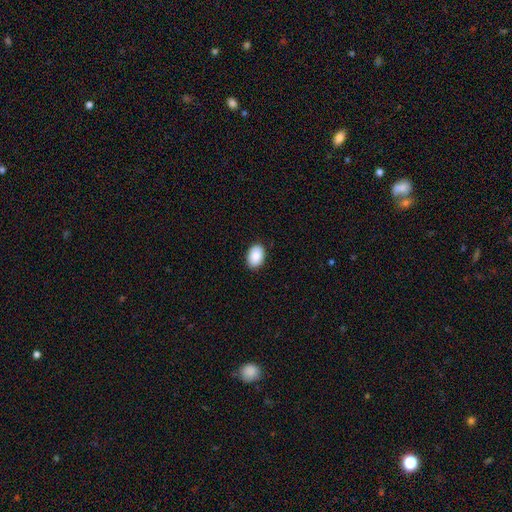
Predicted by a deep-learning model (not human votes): smooth-or-featured: smooth: 91% | star or artifact: 6% | featured or disk: 3%
  how-rounded: in between: 87% | round: 12% | cigar-shaped: 1%
  merging: none: 89% | minor disturbance: 8% | major disturbance: 2% | merger: 1%